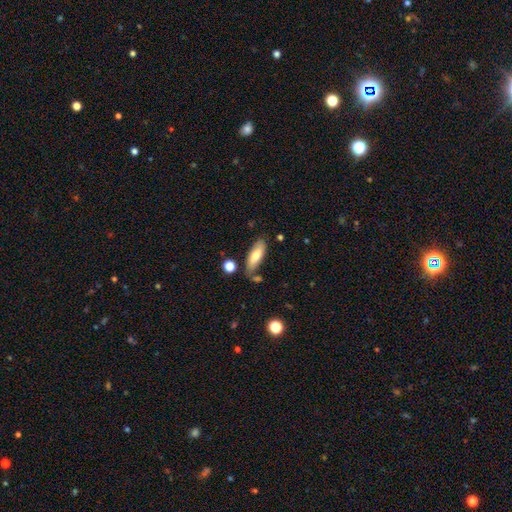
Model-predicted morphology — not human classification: type=smooth (71%); roundness=in between (66%); merging=none (72%).